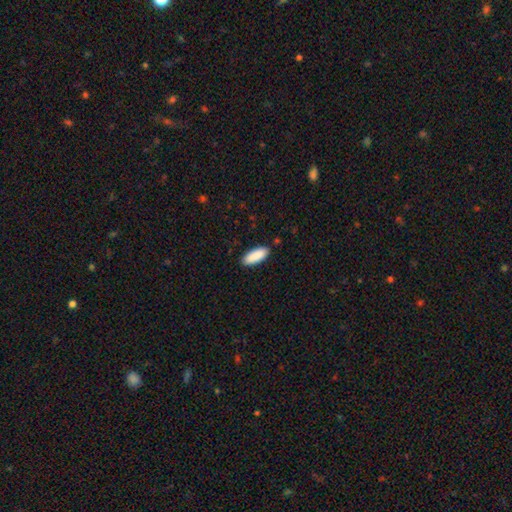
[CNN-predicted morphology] The model was most divided on "how rounded": in between: 78%, cigar-shaped: 21%, round: 2%. More confident: smooth or featured — smooth (91%); merging — none (89%).